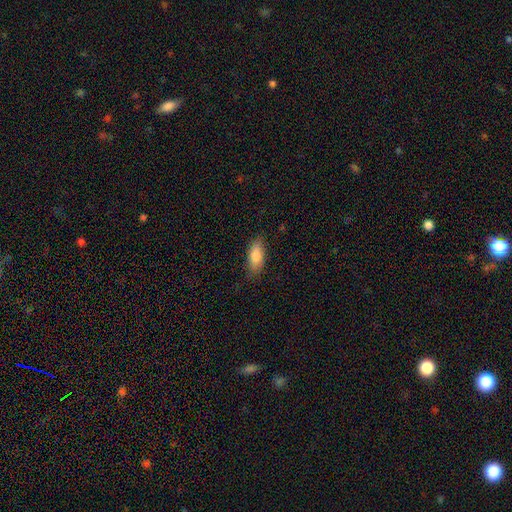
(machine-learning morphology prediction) Q: Smooth or featured?
A: smooth (81%); runner-up: featured or disk (13%)
Q: How rounded?
A: in between (84%); runner-up: cigar-shaped (13%)
Q: Merging?
A: none (81%); runner-up: minor disturbance (15%)